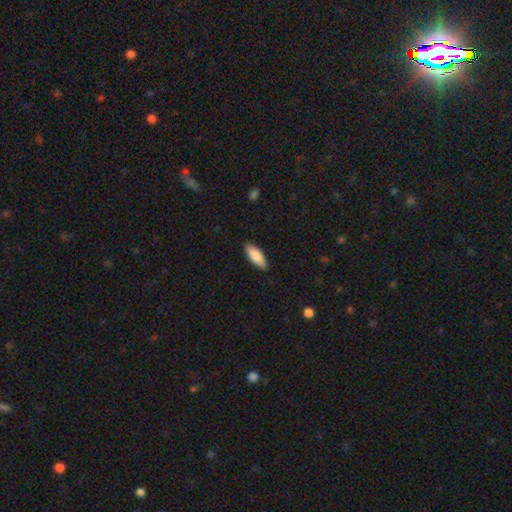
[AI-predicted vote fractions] Smooth or featured?
  - smooth: 88% *
  - featured or disk: 7%
  - star or artifact: 5%
How rounded?
  - in between: 76% *
  - cigar-shaped: 22%
  - round: 2%
Merging?
  - none: 86% *
  - minor disturbance: 11%
  - major disturbance: 2%
  - merger: 1%